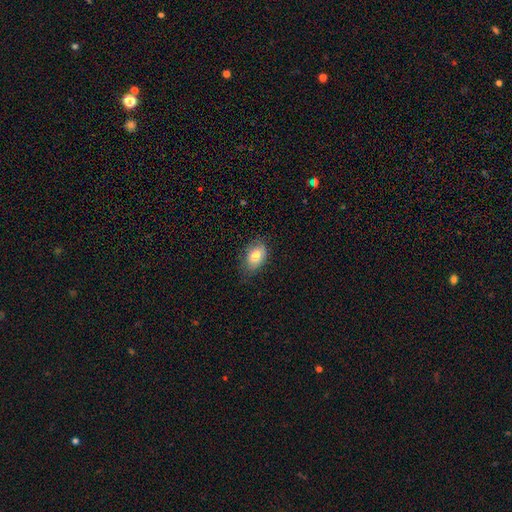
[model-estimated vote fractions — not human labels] Smooth or featured?
  - smooth: 76% *
  - featured or disk: 16%
  - star or artifact: 8%
How rounded?
  - in between: 85% *
  - round: 14%
  - cigar-shaped: 1%
Merging?
  - none: 68% *
  - minor disturbance: 25%
  - major disturbance: 6%
  - merger: 1%